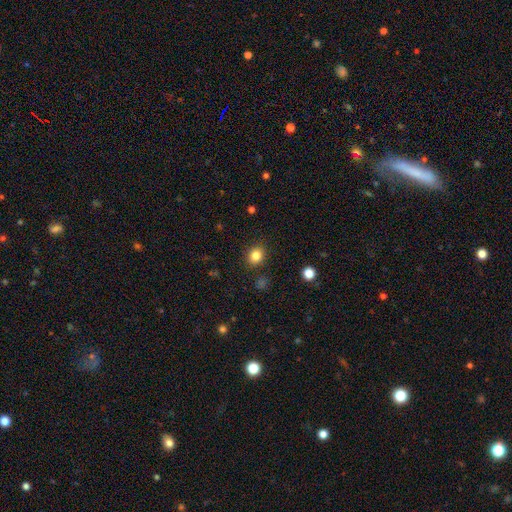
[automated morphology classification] Smooth or featured?
  - smooth: 83% *
  - star or artifact: 12%
  - featured or disk: 5%
How rounded?
  - round: 67% *
  - in between: 32%
  - cigar-shaped: 1%
Merging?
  - none: 89% *
  - minor disturbance: 7%
  - major disturbance: 2%
  - merger: 1%